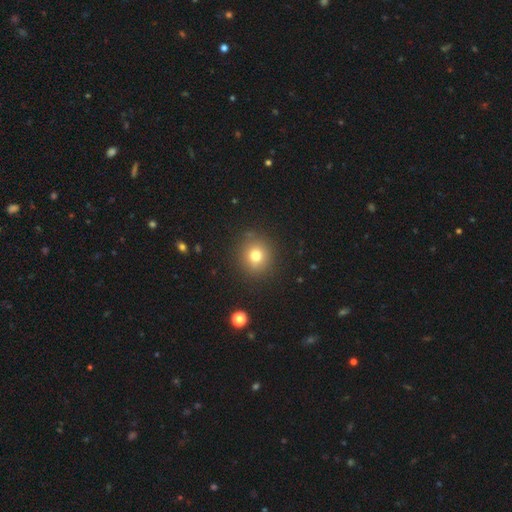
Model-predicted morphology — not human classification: smooth_or_featured: smooth (p=0.76) [alt: star or artifact p=0.14]
how_rounded: round (p=0.86) [alt: in between p=0.13]
merging: none (p=0.87) [alt: minor disturbance p=0.08]